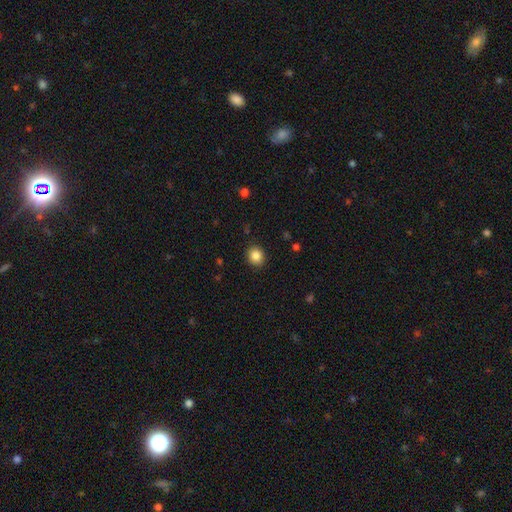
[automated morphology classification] This appears to be a smooth galaxy with no disk features (85%) that is round (74%). Merging: none (89%).